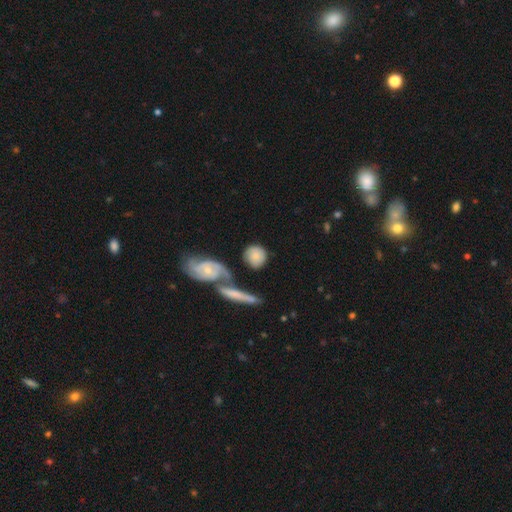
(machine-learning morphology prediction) Smooth or featured? smooth (67%)
How rounded? round (79%)
Merging? none (60%)